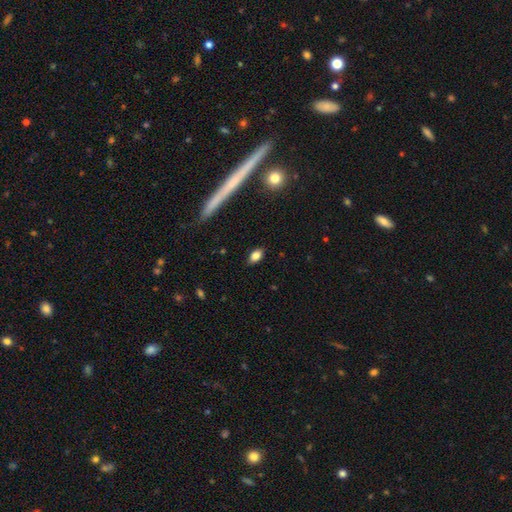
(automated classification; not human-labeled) Smooth or featured? smooth (81%)
How rounded? in between (86%)
Merging? none (86%)